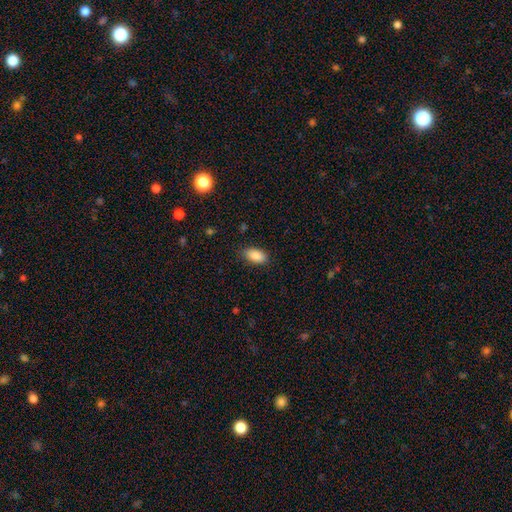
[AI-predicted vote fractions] The model was most divided on "merging": none: 83%, minor disturbance: 14%, major disturbance: 3%, merger: 1%. More confident: how rounded — in between (93%); smooth or featured — smooth (89%).